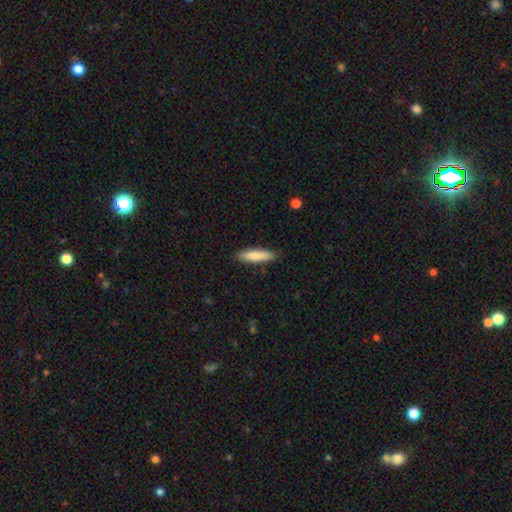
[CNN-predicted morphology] Smooth or featured? Predicted: smooth (p=0.83). How rounded? Predicted: cigar-shaped (p=0.77). Merging? Predicted: none (p=0.87).